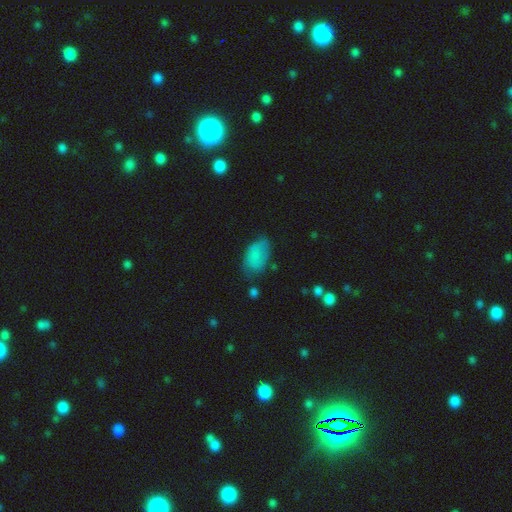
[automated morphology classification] smooth_or_featured: smooth (p=0.76) [alt: featured or disk p=0.15]
how_rounded: in between (p=0.93) [alt: round p=0.05]
merging: none (p=0.60) [alt: minor disturbance p=0.28]